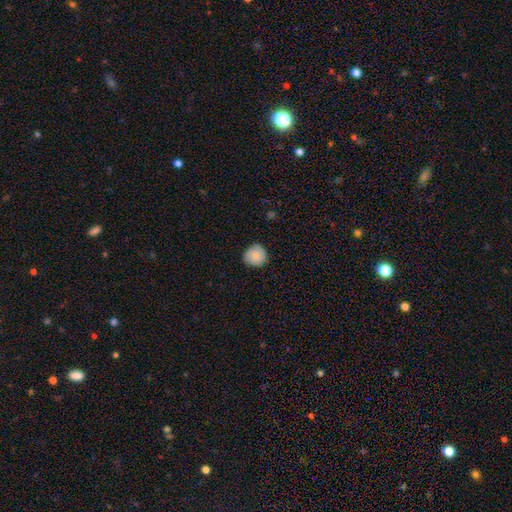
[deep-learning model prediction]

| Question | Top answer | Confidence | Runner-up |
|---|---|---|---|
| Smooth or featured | smooth | 75% | featured or disk (18%) |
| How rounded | round | 87% | in between (12%) |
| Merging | none | 75% | minor disturbance (21%) |